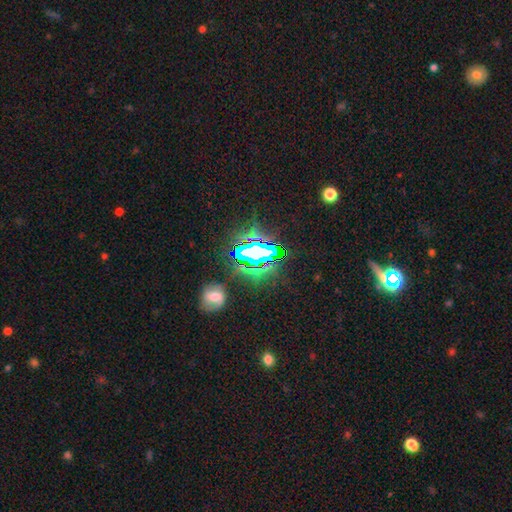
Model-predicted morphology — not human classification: Smooth or featured: star or artifact — 71% (smooth — 16%)